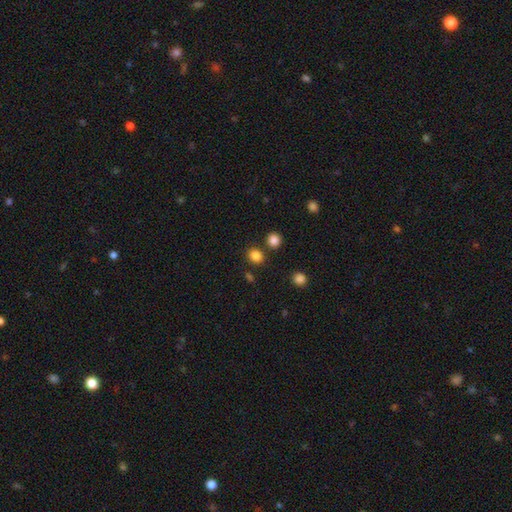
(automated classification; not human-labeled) A smooth galaxy with no disk features (83%) that is round (74%).

Vote fractions:
- Smooth or featured? smooth: 83% / star or artifact: 13% / featured or disk: 4%
- How rounded? round: 74% / in between: 25% / cigar-shaped: 1%
- Merging? none: 81% / merger: 9% / minor disturbance: 7% / major disturbance: 3%